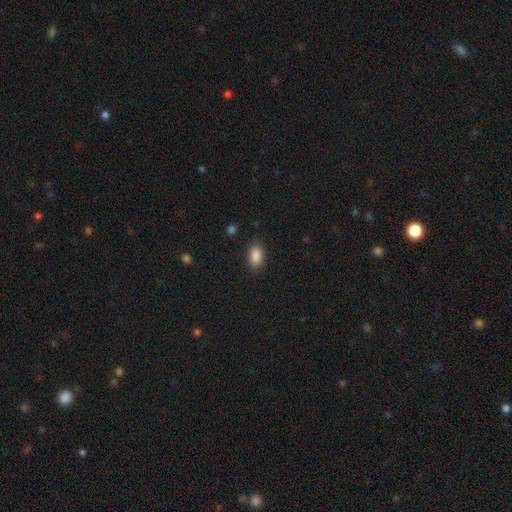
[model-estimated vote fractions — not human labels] Smooth or featured? smooth (88%)
How rounded? in between (91%)
Merging? none (87%)